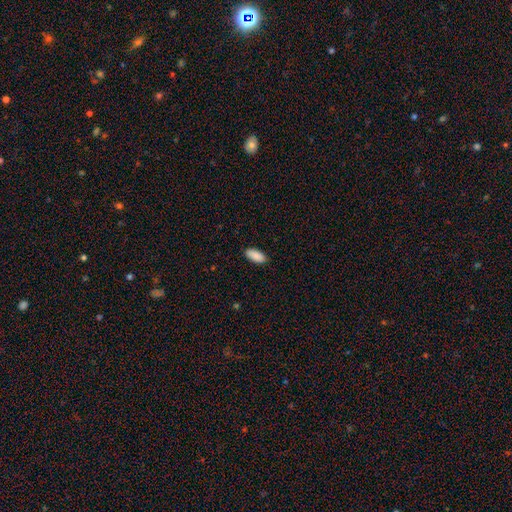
Q: Smooth or featured?
A: smooth (92%); runner-up: star or artifact (5%)
Q: How rounded?
A: in between (94%); runner-up: cigar-shaped (6%)
Q: Merging?
A: none (94%); runner-up: minor disturbance (3%)